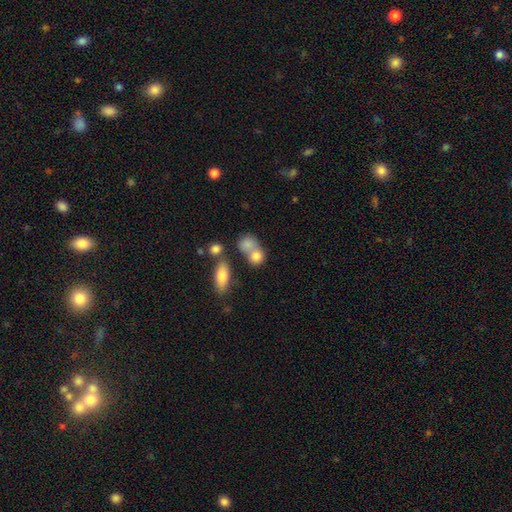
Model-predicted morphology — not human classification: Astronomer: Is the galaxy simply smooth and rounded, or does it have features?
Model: smooth — 79%.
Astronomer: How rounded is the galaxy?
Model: round — 61% (runner-up: in between, 36%).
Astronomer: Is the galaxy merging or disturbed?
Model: merger — 49% (runner-up: none, 37%).